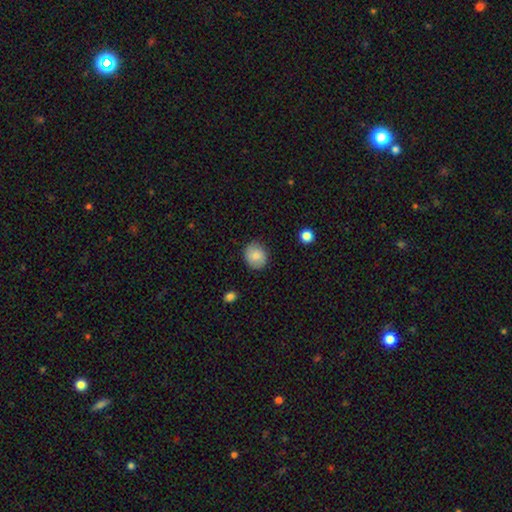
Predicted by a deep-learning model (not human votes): Smooth or featured? Predicted: smooth (p=0.81). How rounded? Predicted: round (p=0.74). Merging? Predicted: none (p=0.85).